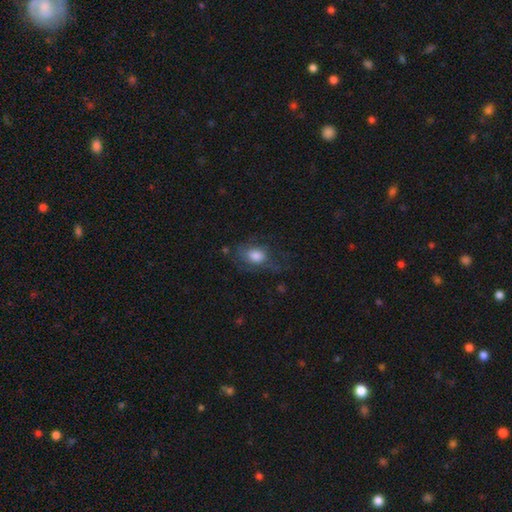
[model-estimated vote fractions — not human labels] The model was most divided on "merging": none: 45%, major disturbance: 27%, minor disturbance: 25%, merger: 2%. More confident: how rounded — in between (75%); smooth or featured — smooth (64%).